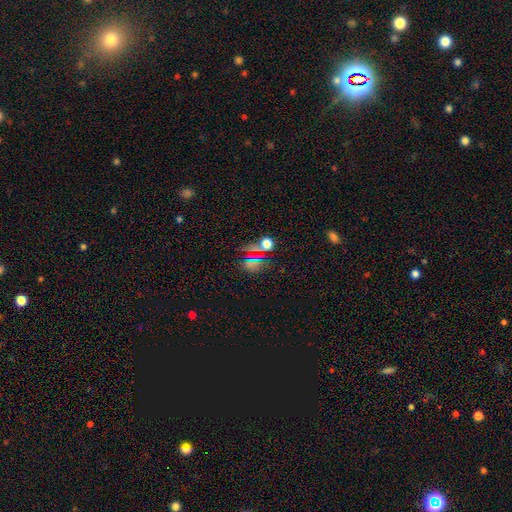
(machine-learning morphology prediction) A star or artifact, not a galaxy (47%).

Vote fractions:
- Smooth or featured? star or artifact: 47% / smooth: 45% / featured or disk: 9%